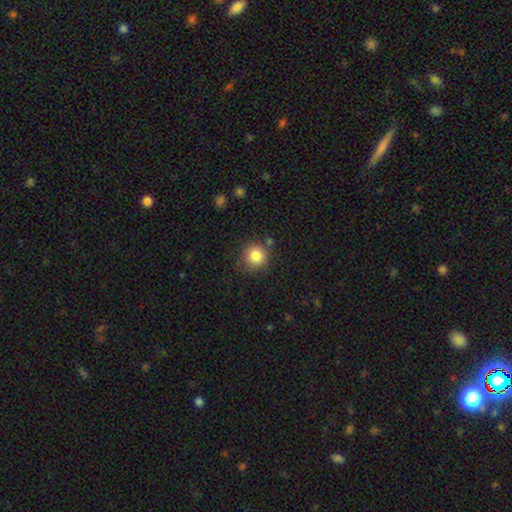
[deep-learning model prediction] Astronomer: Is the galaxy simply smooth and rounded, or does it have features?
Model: smooth — 83%.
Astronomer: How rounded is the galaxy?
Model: round — 92%.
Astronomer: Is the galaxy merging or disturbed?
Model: none — 78%.